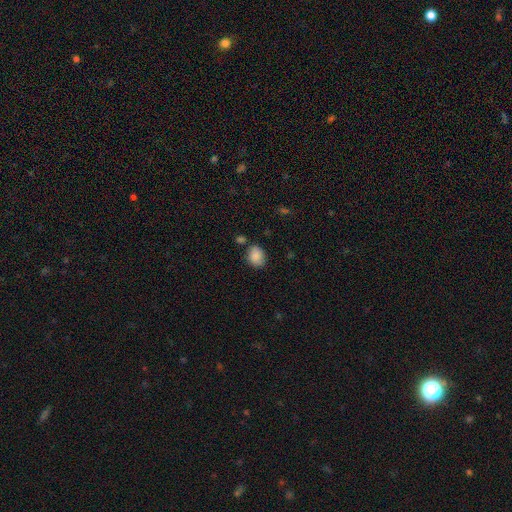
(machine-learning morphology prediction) This is clearly a smooth galaxy (87%). How rounded: possibly in between (50%). Merging: likely none (72%).